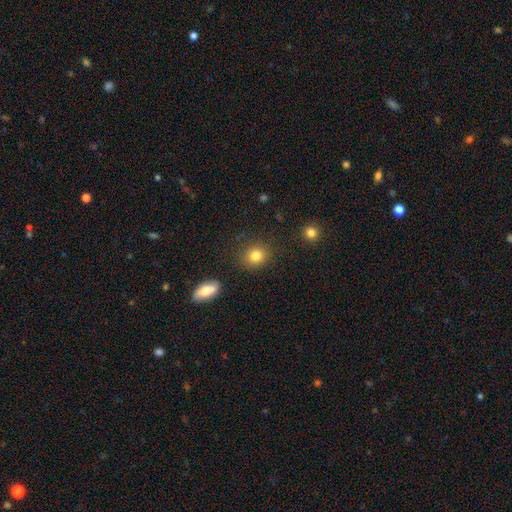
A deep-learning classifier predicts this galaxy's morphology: smooth 83%, star or artifact 10%, featured or disk 6%. Down the decision tree: how rounded — round (75%); merging — none (85%).